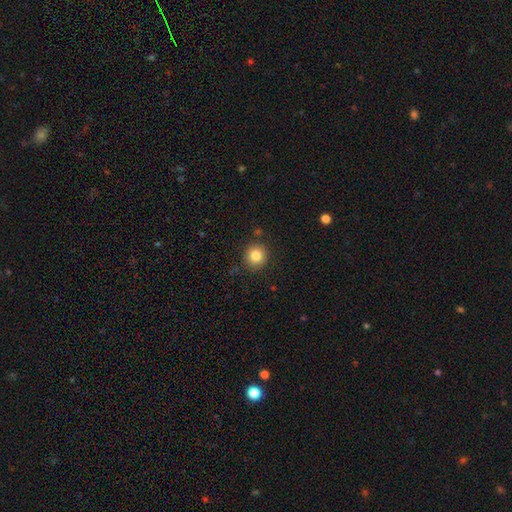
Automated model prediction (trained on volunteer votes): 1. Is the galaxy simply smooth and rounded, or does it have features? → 83% smooth, 11% star or artifact, 7% featured or disk.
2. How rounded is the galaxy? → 91% round, 9% in between, 1% cigar-shaped.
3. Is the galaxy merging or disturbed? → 88% none, 7% minor disturbance, 2% major disturbance, 2% merger.